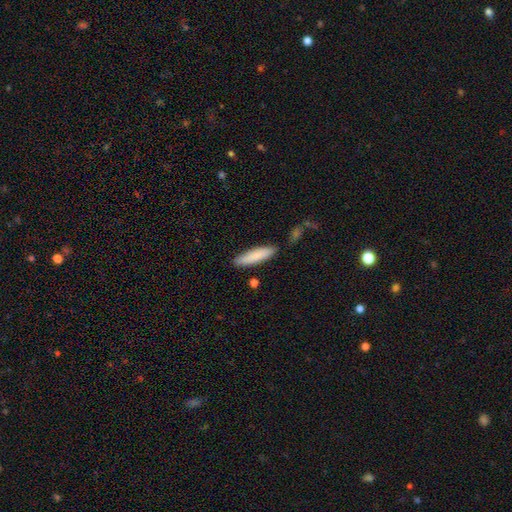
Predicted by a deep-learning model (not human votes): This is clearly a smooth galaxy (84%). How rounded: likely cigar-shaped (76%). Merging: clearly none (85%).